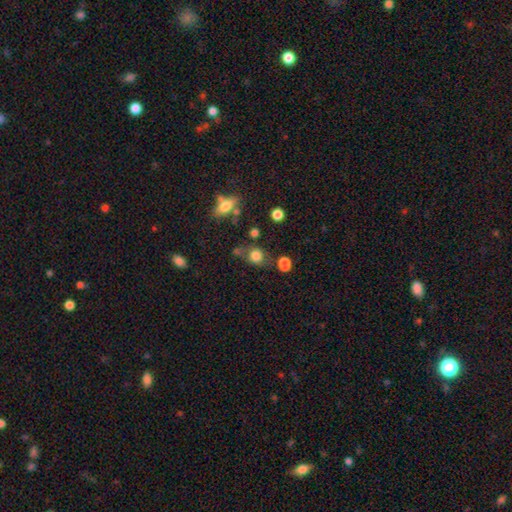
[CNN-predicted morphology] A smooth galaxy with no disk features (78%) that is round (73%). Merging: none (62%).